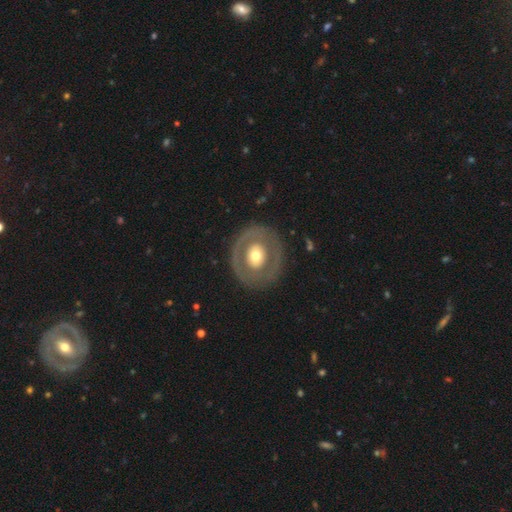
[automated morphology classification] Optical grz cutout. It shows a featured or disk galaxy (53%) with no bar (83%), no spiral arms (89%) and a moderate central bulge (63%). Merging: none (81%).